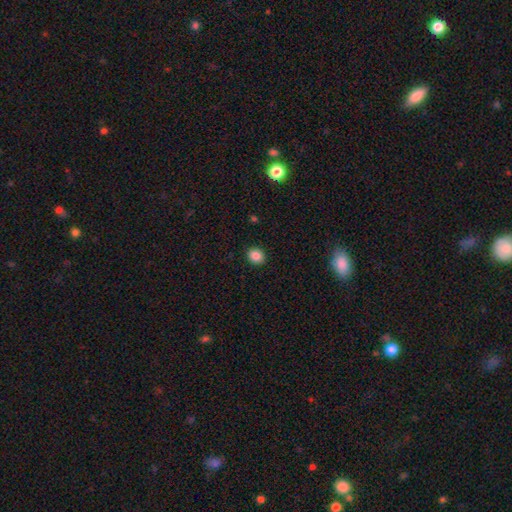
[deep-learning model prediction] A smooth galaxy with no disk features (85%) that is round (69%).

Vote fractions:
- Smooth or featured? smooth: 85% / star or artifact: 10% / featured or disk: 5%
- How rounded? round: 69% / in between: 30% / cigar-shaped: 1%
- Merging? none: 91% / minor disturbance: 6% / major disturbance: 2% / merger: 1%